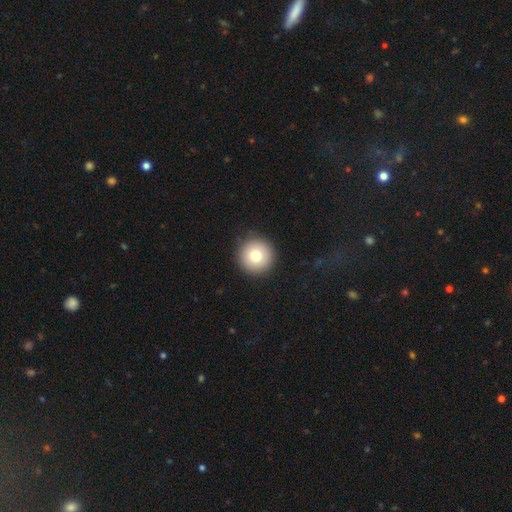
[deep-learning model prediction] Smooth or featured: smooth — 76% (featured or disk — 14%)
How rounded: round — 96% (in between — 3%)
Merging: none — 92% (minor disturbance — 5%)